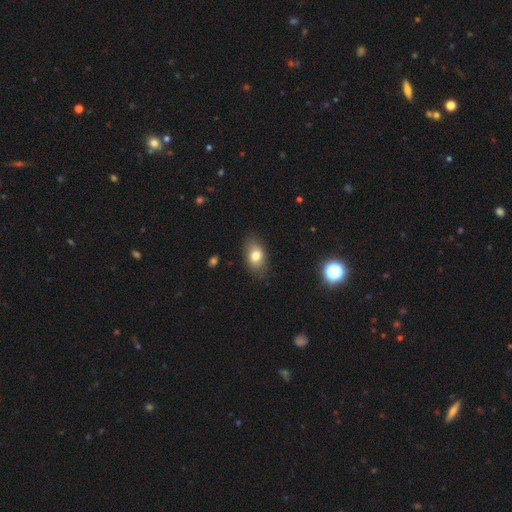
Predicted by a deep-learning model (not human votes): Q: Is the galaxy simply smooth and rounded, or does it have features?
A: smooth — 78%.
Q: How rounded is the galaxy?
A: in between — 84%.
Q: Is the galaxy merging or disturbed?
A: none — 82%.